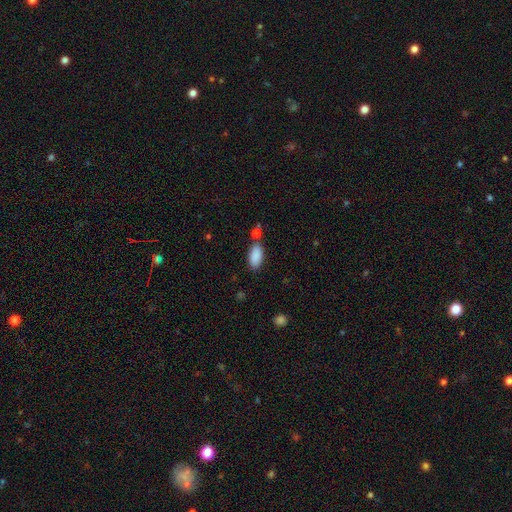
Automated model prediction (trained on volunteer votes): Overall: smooth (89%). How rounded: in between (90%). Merging: none (73%).